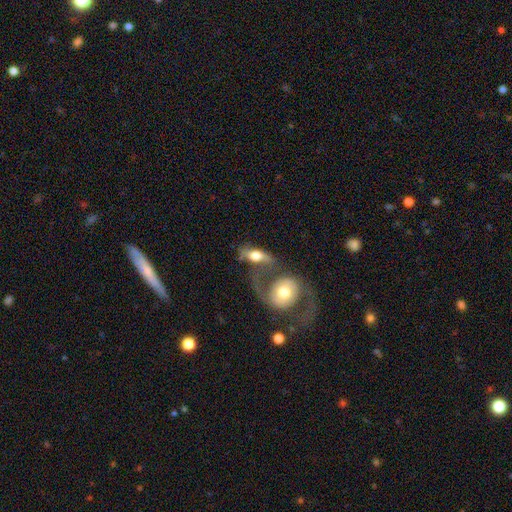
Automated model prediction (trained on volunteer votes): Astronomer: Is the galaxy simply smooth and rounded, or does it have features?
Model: featured or disk — 48% (runner-up: smooth, 46%).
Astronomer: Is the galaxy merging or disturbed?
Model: merger — 44% (runner-up: none, 24%).